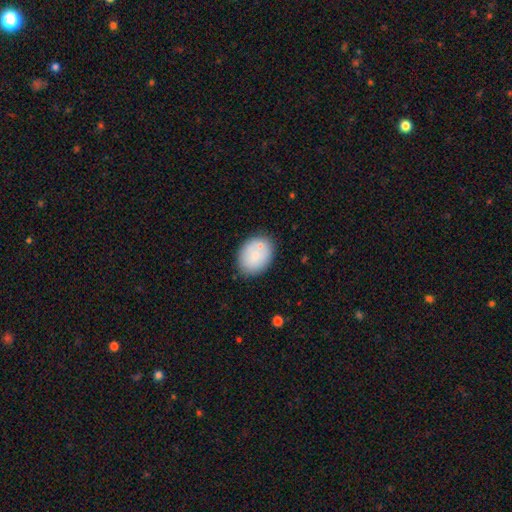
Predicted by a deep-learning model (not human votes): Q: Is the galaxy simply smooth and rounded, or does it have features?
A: smooth — 75%.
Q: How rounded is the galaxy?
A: in between — 64%.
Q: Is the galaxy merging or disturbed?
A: none — 70%.